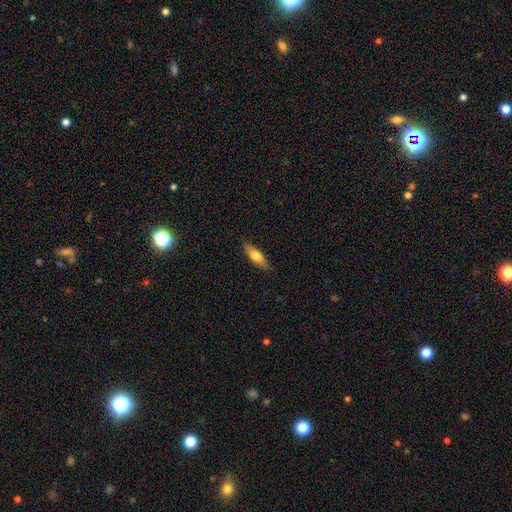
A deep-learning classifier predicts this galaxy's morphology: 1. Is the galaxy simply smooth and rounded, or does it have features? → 64% smooth, 30% featured or disk, 6% star or artifact.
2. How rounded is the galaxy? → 50% cigar-shaped, 47% in between, 2% round.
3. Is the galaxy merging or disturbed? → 84% none, 12% minor disturbance, 2% major disturbance, 1% merger.